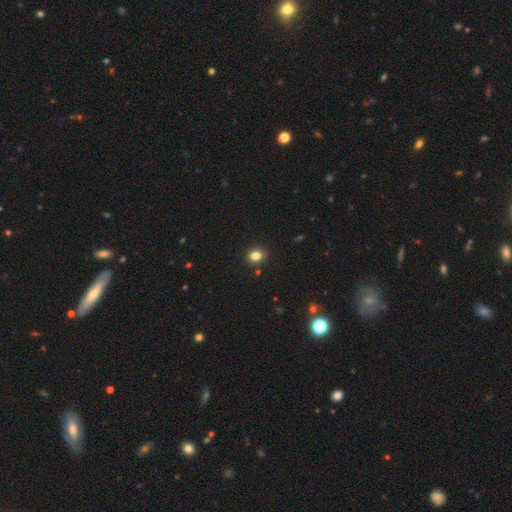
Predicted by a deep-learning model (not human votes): Morphology: type=smooth (82%); roundness=round (58%); merging=none (89%).